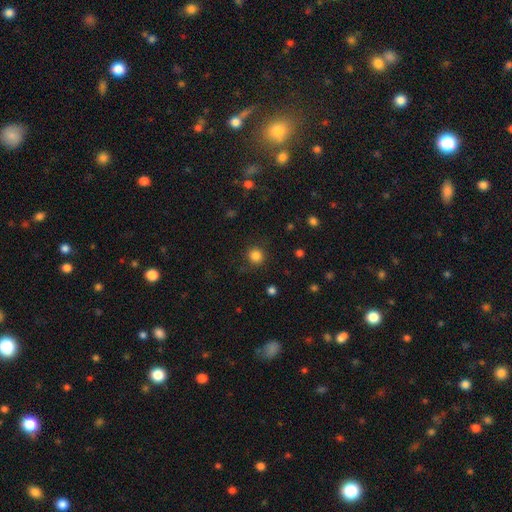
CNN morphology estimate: Smooth or featured?
  - smooth: 83% *
  - star or artifact: 12%
  - featured or disk: 4%
How rounded?
  - round: 93% *
  - in between: 6%
  - cigar-shaped: 1%
Merging?
  - none: 87% *
  - minor disturbance: 8%
  - major disturbance: 3%
  - merger: 1%